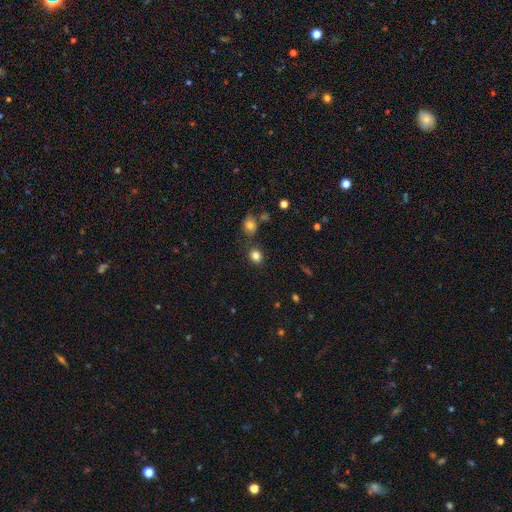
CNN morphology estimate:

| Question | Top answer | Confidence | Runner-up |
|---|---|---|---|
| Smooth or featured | smooth | 82% | star or artifact (12%) |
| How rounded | round | 61% | in between (38%) |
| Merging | none | 78% | minor disturbance (11%) |